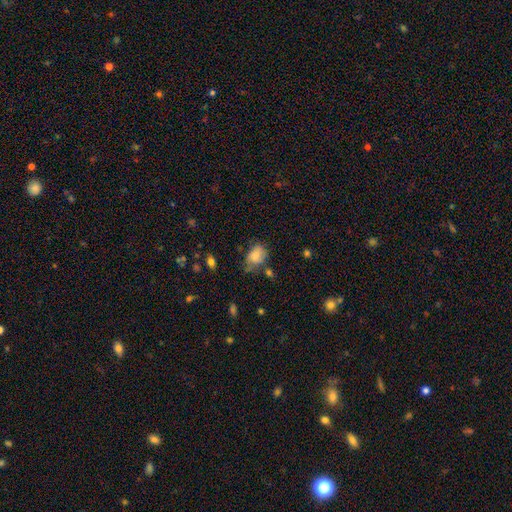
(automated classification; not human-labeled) Overall: smooth (78%). How rounded: in between (73%). Merging: none (47%; minor disturbance 35%).